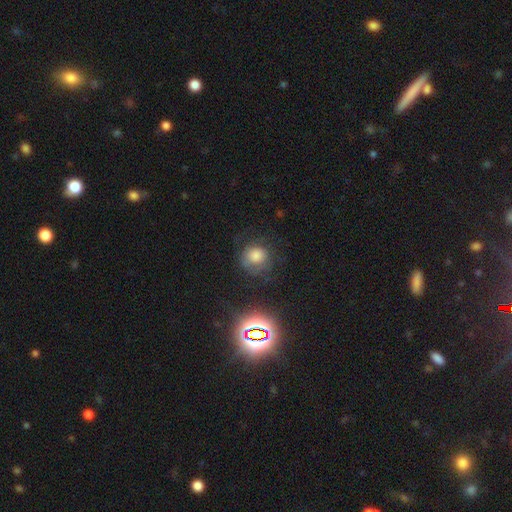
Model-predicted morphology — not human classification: A smooth galaxy with no disk features (67%) that is round (85%).

Vote fractions:
- Smooth or featured? smooth: 67% / star or artifact: 17% / featured or disk: 16%
- How rounded? round: 85% / in between: 14% / cigar-shaped: 1%
- Merging? none: 62% / minor disturbance: 21% / major disturbance: 15% / merger: 2%